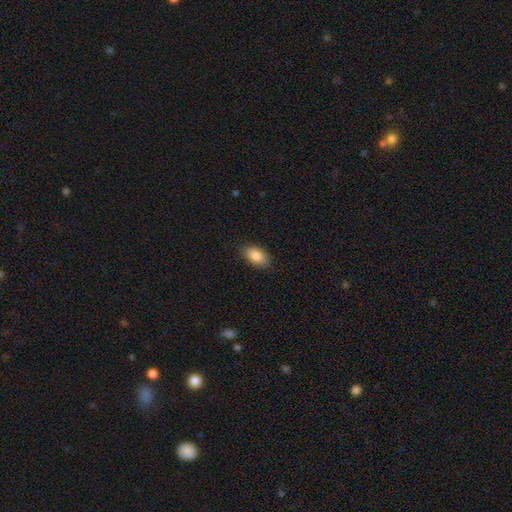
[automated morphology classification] Smooth or featured? smooth (86%)
How rounded? in between (92%)
Merging? none (85%)